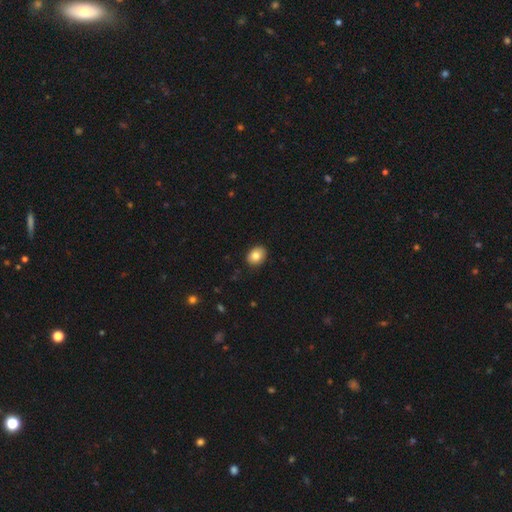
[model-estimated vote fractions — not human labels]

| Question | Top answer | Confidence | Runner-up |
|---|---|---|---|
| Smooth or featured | smooth | 83% | featured or disk (9%) |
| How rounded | in between | 65% | round (34%) |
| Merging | none | 89% | minor disturbance (8%) |